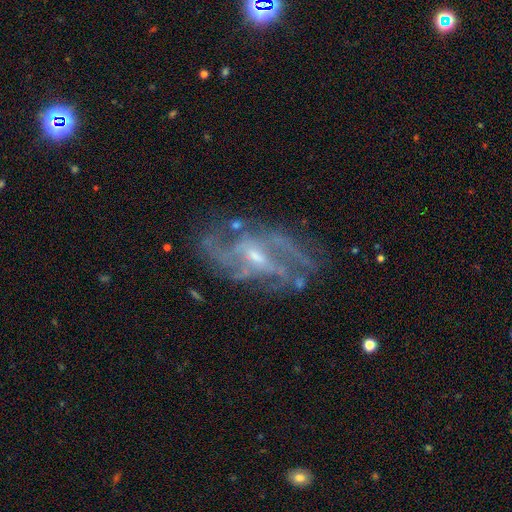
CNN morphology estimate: smooth-or-featured: featured or disk: 86% | star or artifact: 7% | smooth: 6%
  disk-edge-on: no: 94% | yes: 6%
    bar: weak: 49% | no: 31% | strong: 21%
    has-spiral-arms: yes: 89% | no: 11%
      spiral-winding: medium: 46% | loose: 28% | tight: 26%
      spiral-arm-count: 2: 37% | can't tell: 27% | 3: 17% | 4: 9% | 1: 5% | more than 4: 5%
    bulge-size: small: 54% | moderate: 39% | none: 4% | large: 2% | dominant: 1%
  merging: none: 66% | minor disturbance: 18% | major disturbance: 13% | merger: 3%